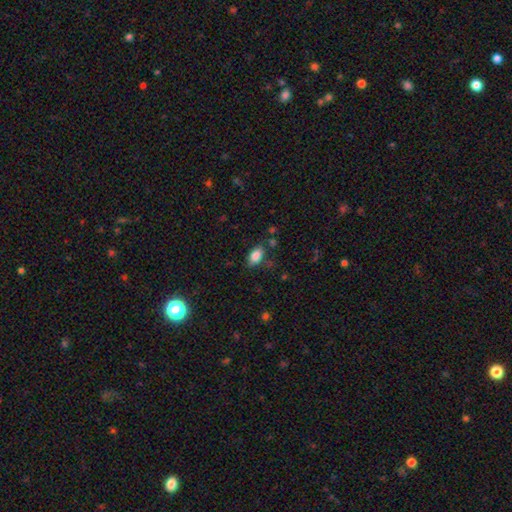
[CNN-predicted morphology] smooth_or_featured: smooth (p=0.85) [alt: star or artifact p=0.09]
how_rounded: in between (p=0.89) [alt: round p=0.07]
merging: none (p=0.76) [alt: minor disturbance p=0.16]